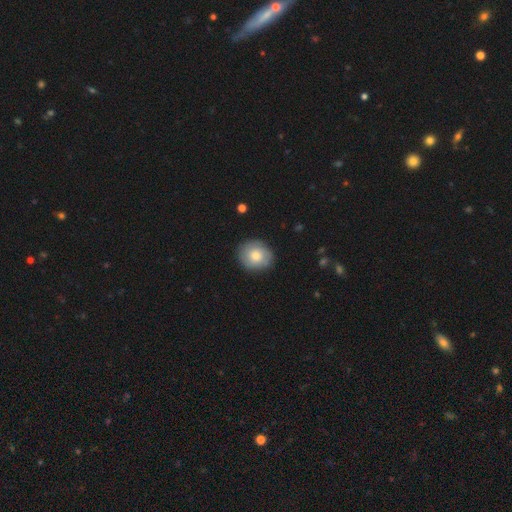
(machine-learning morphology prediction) Smooth or featured? smooth (65%)
How rounded? round (74%)
Merging? none (84%)